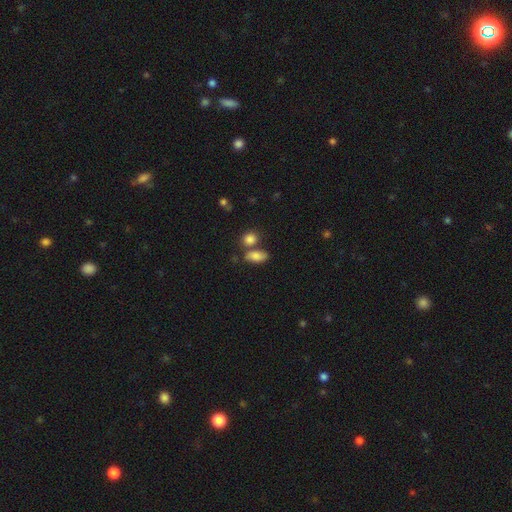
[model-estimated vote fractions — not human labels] Smooth or featured? Predicted: smooth (p=0.83). How rounded? Predicted: in between (p=0.86). Merging? Predicted: none (p=0.55).